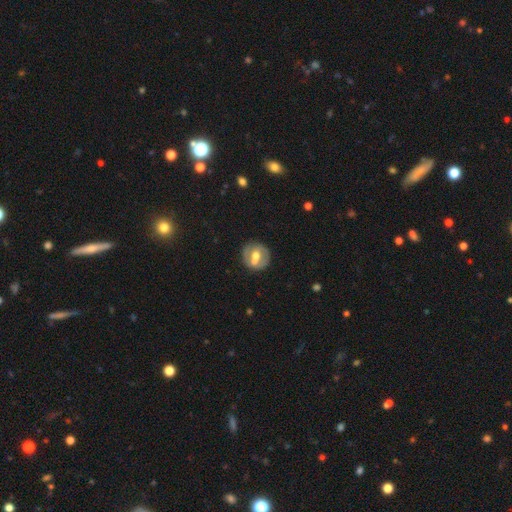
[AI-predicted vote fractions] Overall: featured or disk (53%; smooth 40%). Edge-on disk: no (94%). Merging: none (68%).